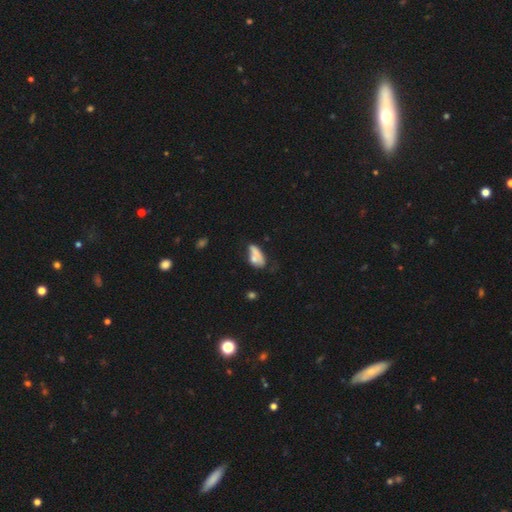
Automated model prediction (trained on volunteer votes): smooth 65%, featured or disk 26%, star or artifact 10%. Down the decision tree: how rounded — in between (82%); merging — none (29%, tied with merger).